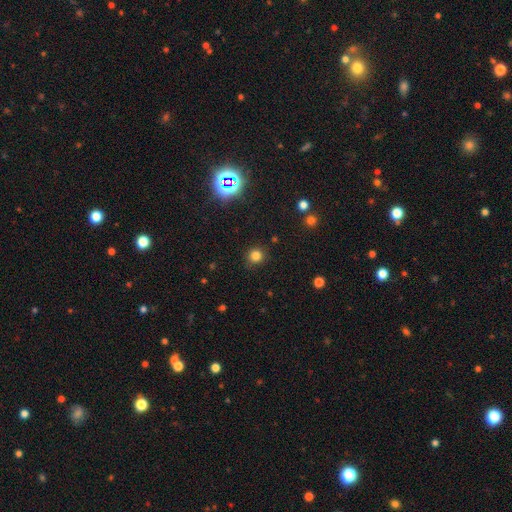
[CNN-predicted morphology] This appears to be a smooth galaxy with no disk features (77%) that is round (90%). Merging: none (86%).